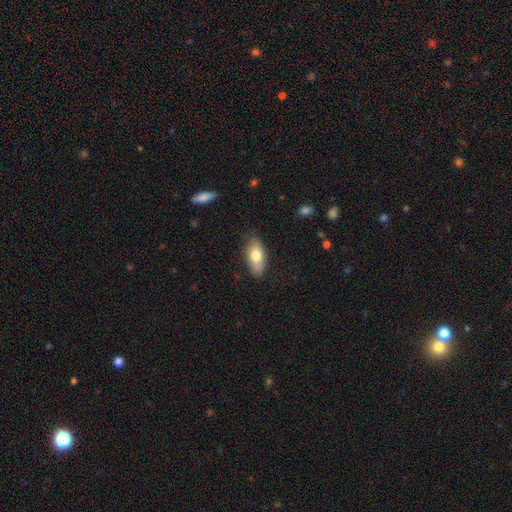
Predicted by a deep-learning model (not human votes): Smooth or featured?
  - smooth: 74% *
  - featured or disk: 20%
  - star or artifact: 6%
How rounded?
  - in between: 87% *
  - cigar-shaped: 10%
  - round: 3%
Merging?
  - none: 80% *
  - minor disturbance: 16%
  - major disturbance: 3%
  - merger: 1%